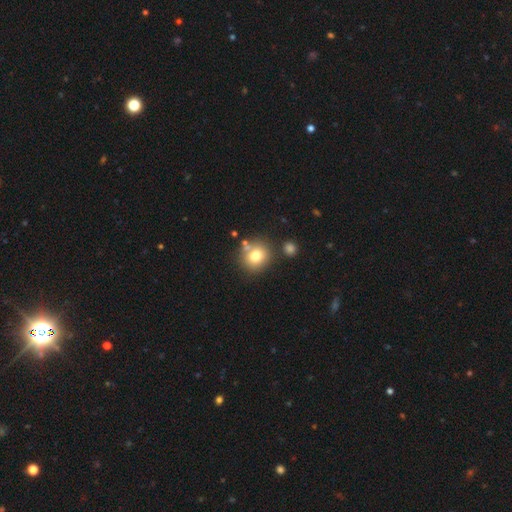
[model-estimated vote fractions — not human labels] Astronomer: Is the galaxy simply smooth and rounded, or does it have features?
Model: smooth — 76%.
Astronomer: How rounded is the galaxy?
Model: round — 85%.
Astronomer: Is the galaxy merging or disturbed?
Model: none — 73%.